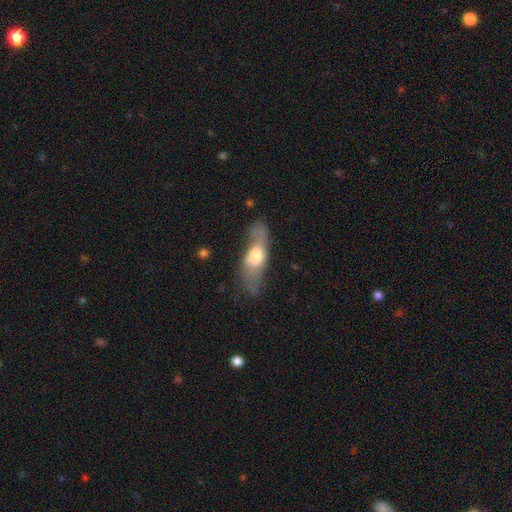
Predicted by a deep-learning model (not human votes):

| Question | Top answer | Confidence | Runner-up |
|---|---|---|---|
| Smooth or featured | featured or disk | 47% | smooth (46%) |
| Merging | none | 43% | minor disturbance (29%) |